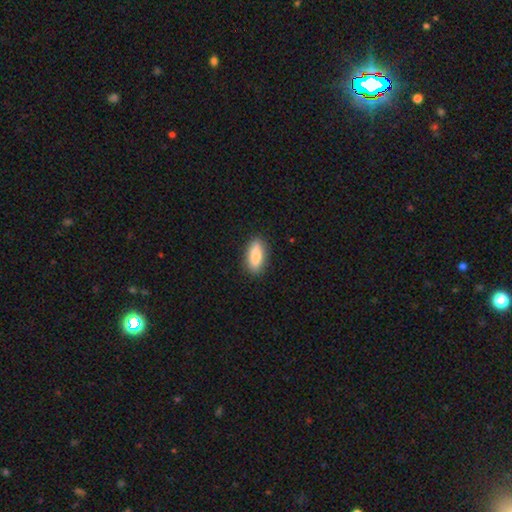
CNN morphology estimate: Smooth or featured?
  - smooth: 83% *
  - featured or disk: 11%
  - star or artifact: 6%
How rounded?
  - in between: 73% *
  - cigar-shaped: 25%
  - round: 3%
Merging?
  - none: 88% *
  - minor disturbance: 9%
  - major disturbance: 2%
  - merger: 1%